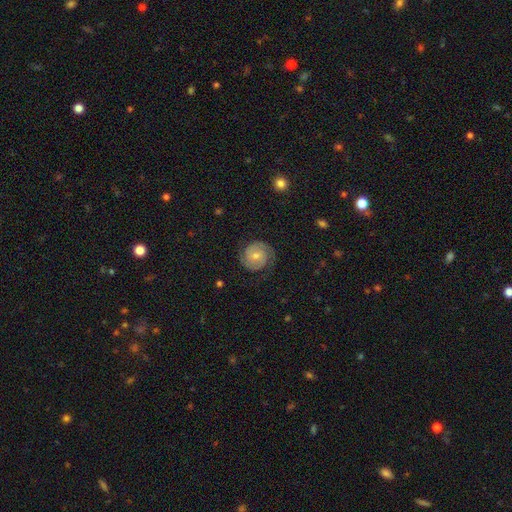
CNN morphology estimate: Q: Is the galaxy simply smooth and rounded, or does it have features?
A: featured or disk — 80%.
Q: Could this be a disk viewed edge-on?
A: no — 98%.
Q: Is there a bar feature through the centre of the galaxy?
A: no — 60%.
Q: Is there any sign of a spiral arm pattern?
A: yes — 96%.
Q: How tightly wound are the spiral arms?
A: tight — 63%.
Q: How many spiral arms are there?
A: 2 — 84%.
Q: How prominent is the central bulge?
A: small — 49%.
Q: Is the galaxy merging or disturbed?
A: none — 81%.